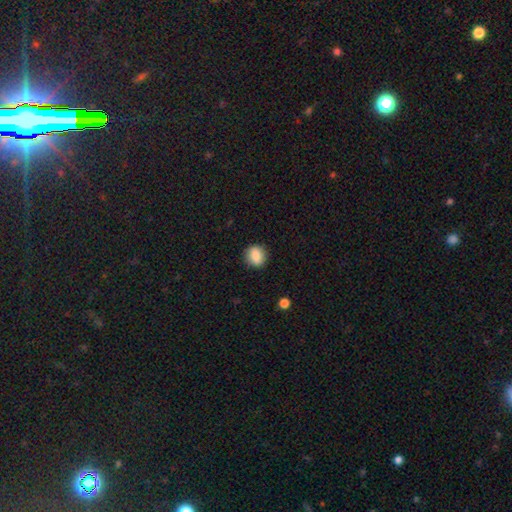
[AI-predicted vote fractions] Smooth or featured: smooth — 85% (star or artifact — 8%)
How rounded: round — 74% (in between — 25%)
Merging: none — 88% (minor disturbance — 8%)